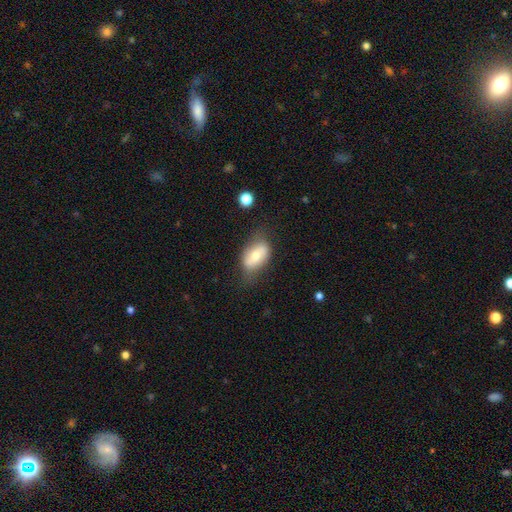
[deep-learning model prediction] Morphology: type=smooth (57%); roundness=in between (89%); merging=none (61%).